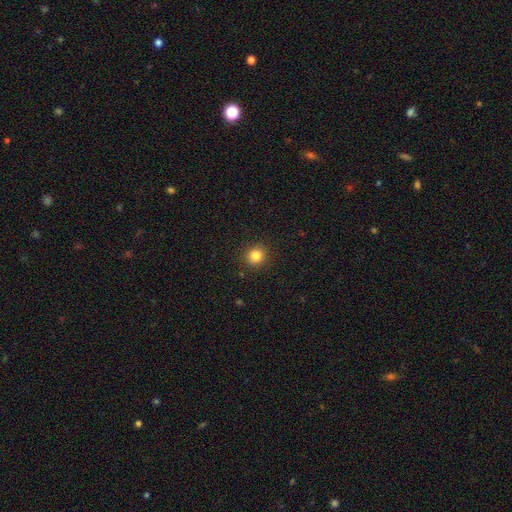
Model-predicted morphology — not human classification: The model was most divided on "smooth or featured": smooth: 83%, star or artifact: 12%, featured or disk: 5%. More confident: merging — none (91%); how rounded — round (91%).